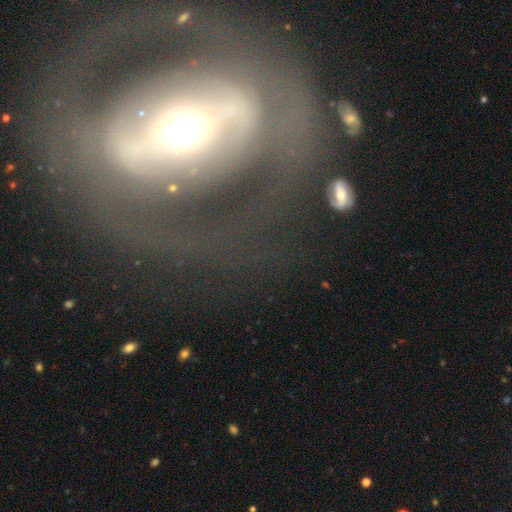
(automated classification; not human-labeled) Morphology: type=featured or disk (78%); edge-on=no (91%); bar=strong (55%); spiral arms=no (52%); bulge=moderate (58%); merging=none (71%).